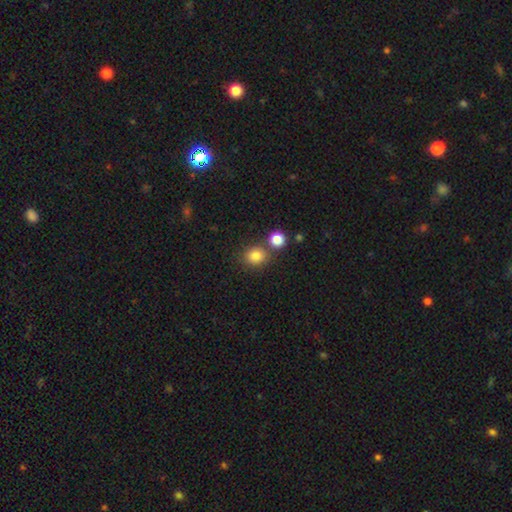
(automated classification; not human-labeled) smooth-or-featured: smooth: 83% | star or artifact: 12% | featured or disk: 6%
  how-rounded: round: 77% | in between: 22% | cigar-shaped: 1%
  merging: none: 70% | merger: 17% | minor disturbance: 10% | major disturbance: 3%